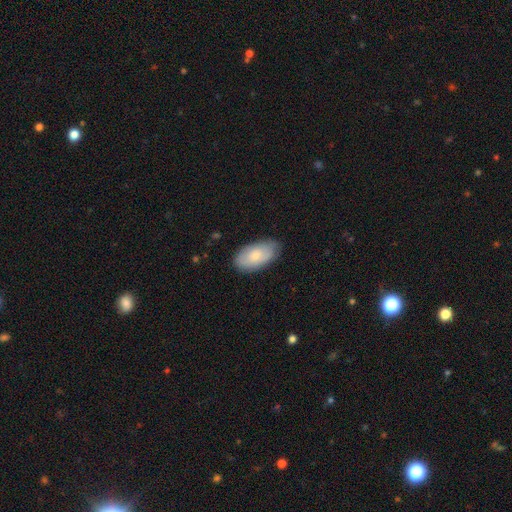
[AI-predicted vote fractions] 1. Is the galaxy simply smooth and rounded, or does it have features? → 72% smooth, 22% featured or disk, 6% star or artifact.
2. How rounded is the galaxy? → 95% in between, 3% round, 2% cigar-shaped.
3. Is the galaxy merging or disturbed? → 79% none, 17% minor disturbance, 3% major disturbance, 1% merger.